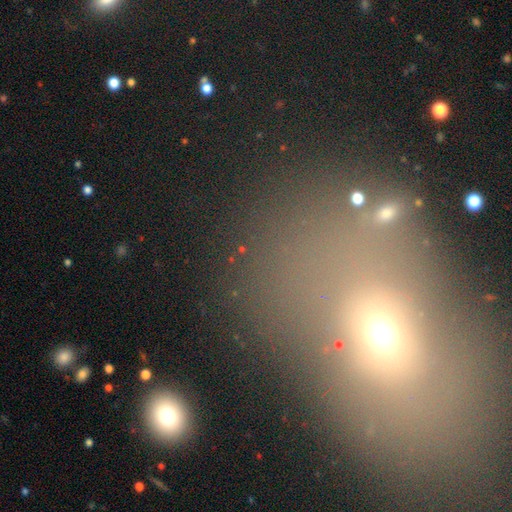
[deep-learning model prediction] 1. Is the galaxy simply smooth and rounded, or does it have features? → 44% smooth, 39% star or artifact, 17% featured or disk.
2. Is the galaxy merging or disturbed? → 68% none, 13% minor disturbance, 11% major disturbance, 8% merger.